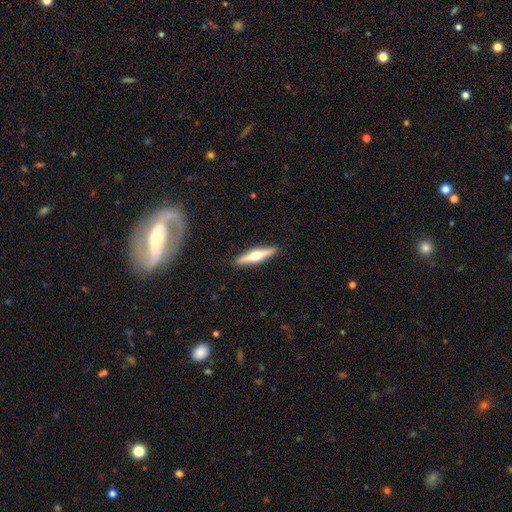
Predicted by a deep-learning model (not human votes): The model was most divided on "smooth or featured": featured or disk: 63%, smooth: 32%, star or artifact: 5%. More confident: edge-on disk — yes (97%); edge-on bulge — rounded (93%); merging — none (91%).